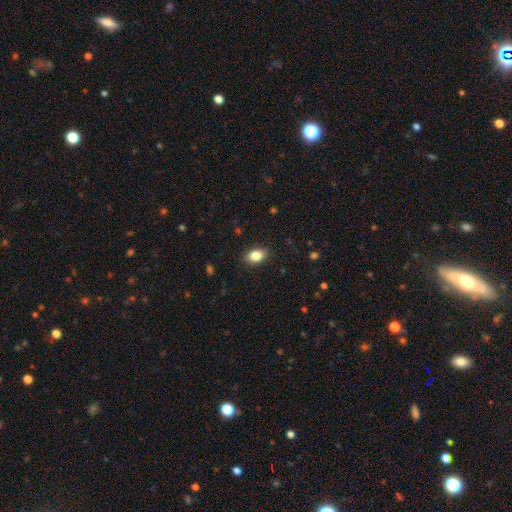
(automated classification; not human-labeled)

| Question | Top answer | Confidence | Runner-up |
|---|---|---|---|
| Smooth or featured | smooth | 84% | star or artifact (8%) |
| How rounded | in between | 84% | round (14%) |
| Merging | none | 87% | minor disturbance (10%) |